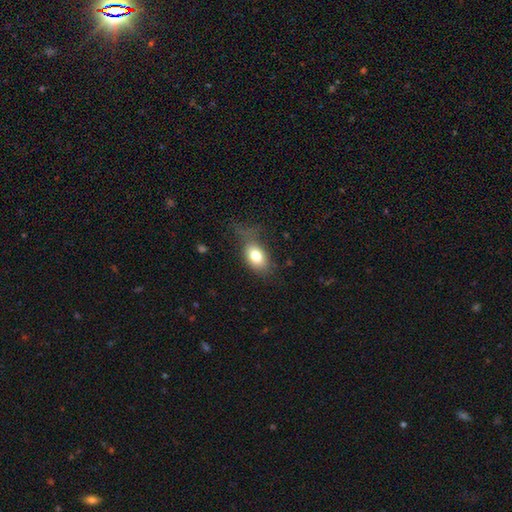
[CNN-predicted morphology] Q: Smooth or featured?
A: smooth (77%); runner-up: featured or disk (14%)
Q: How rounded?
A: in between (84%); runner-up: round (13%)
Q: Merging?
A: none (52%); runner-up: minor disturbance (28%)